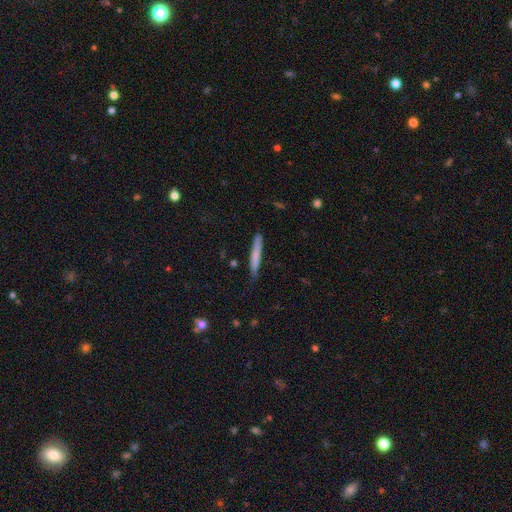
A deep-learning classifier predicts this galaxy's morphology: Smooth or featured? Predicted: smooth (p=0.70). How rounded? Predicted: cigar-shaped (p=0.96). Merging? Predicted: none (p=0.82).